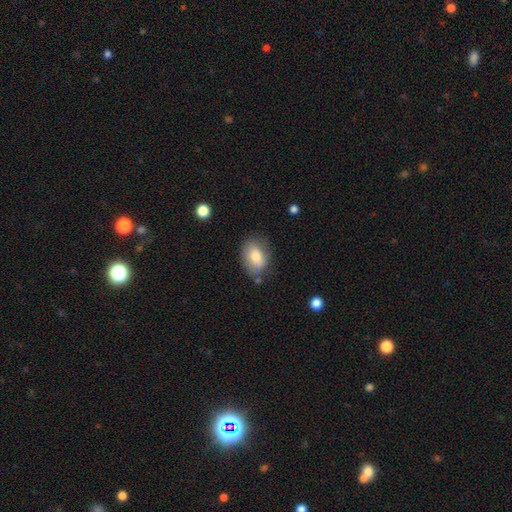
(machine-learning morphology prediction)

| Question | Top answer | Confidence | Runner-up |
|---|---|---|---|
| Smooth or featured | smooth | 77% | featured or disk (14%) |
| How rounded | in between | 78% | round (21%) |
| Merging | none | 71% | minor disturbance (20%) |